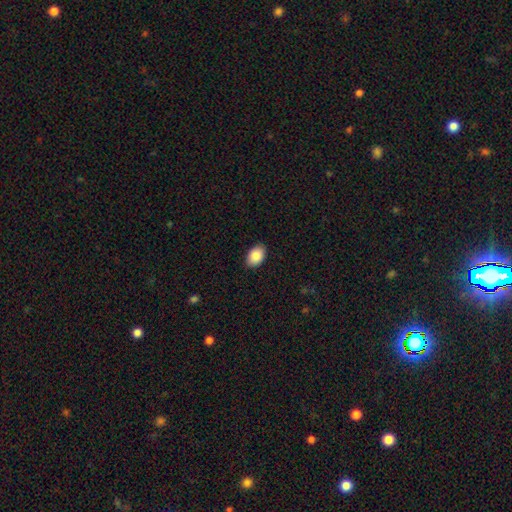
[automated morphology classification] A smooth galaxy with no disk features (86%) that is in between round and cigar-shaped (87%). Merging: none (88%).